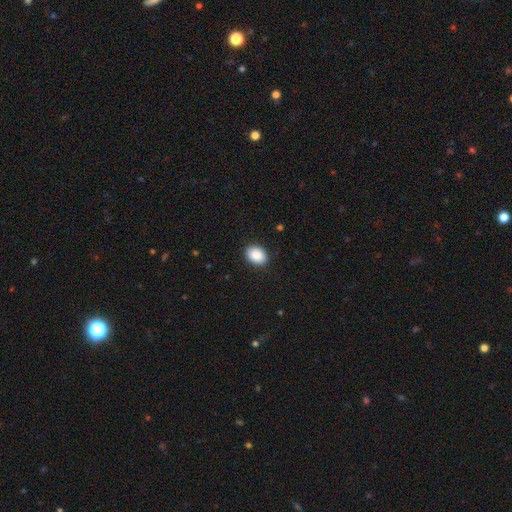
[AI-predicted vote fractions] Smooth or featured?
  - smooth: 90% *
  - star or artifact: 7%
  - featured or disk: 3%
How rounded?
  - in between: 74% *
  - round: 25%
  - cigar-shaped: 1%
Merging?
  - none: 89% *
  - minor disturbance: 8%
  - major disturbance: 2%
  - merger: 1%